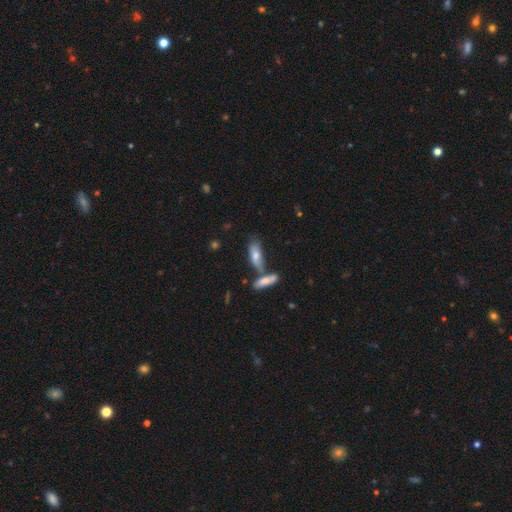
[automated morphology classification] This appears to be a smooth galaxy with no disk features (69%) that is in between round and cigar-shaped (59%). Merging: none (44%).